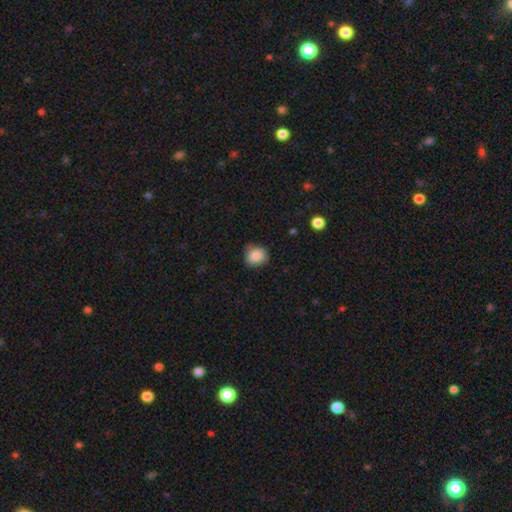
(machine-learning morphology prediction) The model was most divided on "merging": none: 72%, minor disturbance: 22%, major disturbance: 4%, merger: 2%. More confident: smooth or featured — smooth (85%); how rounded — round (76%).